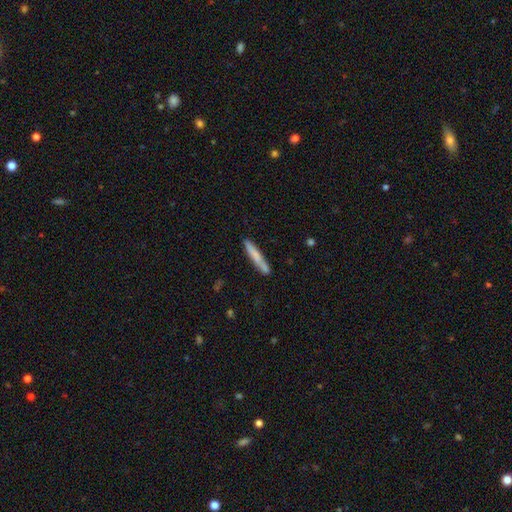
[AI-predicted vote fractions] smooth-or-featured: smooth: 70% | featured or disk: 24% | star or artifact: 6%
  how-rounded: cigar-shaped: 95% | in between: 4% | round: 1%
  merging: none: 83% | minor disturbance: 12% | merger: 3% | major disturbance: 2%